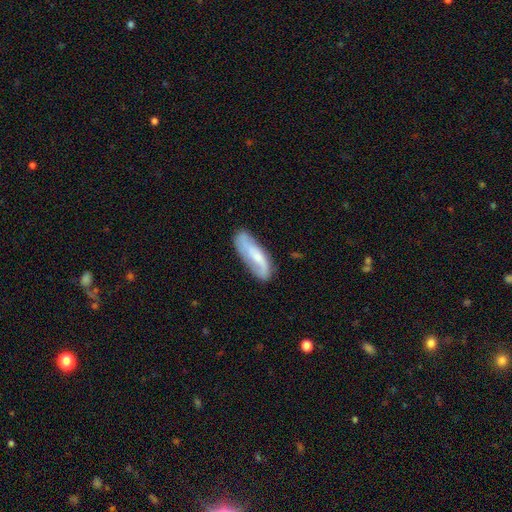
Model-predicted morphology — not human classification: This is possibly a featured or disk galaxy (54%). It is clearly not viewed edge-on (83%). Merging: likely none (69%).